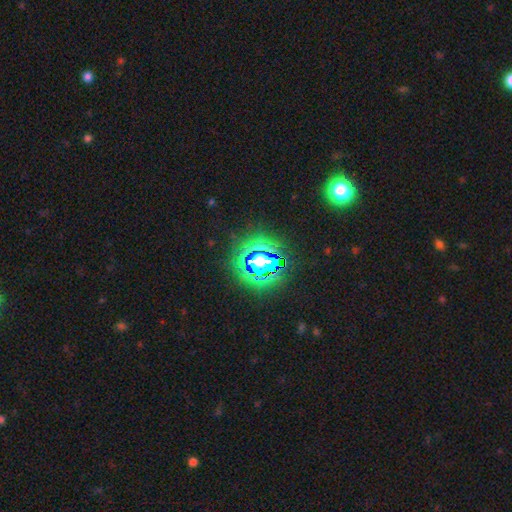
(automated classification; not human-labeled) A star or artifact, not a galaxy (68%).

Vote fractions:
- Smooth or featured? star or artifact: 68% / smooth: 21% / featured or disk: 10%